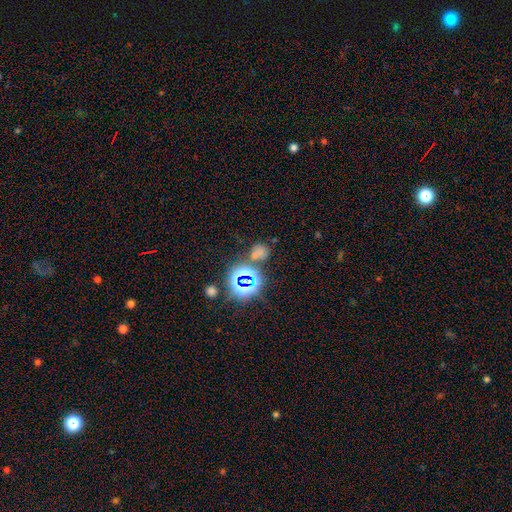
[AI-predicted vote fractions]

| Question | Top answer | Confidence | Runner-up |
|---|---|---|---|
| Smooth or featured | star or artifact | 59% | smooth (33%) |